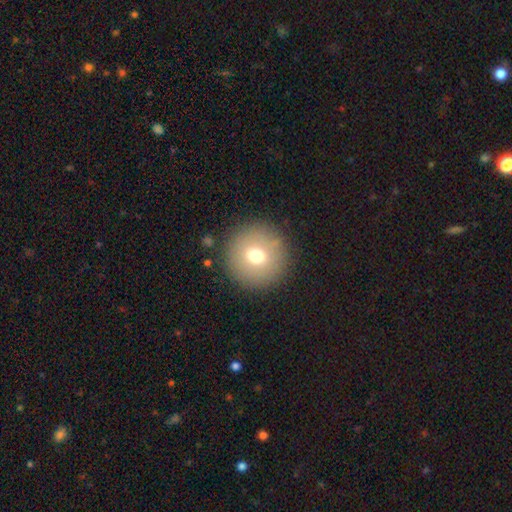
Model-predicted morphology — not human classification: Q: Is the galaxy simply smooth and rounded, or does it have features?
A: smooth — 70%.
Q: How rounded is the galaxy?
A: round — 95%.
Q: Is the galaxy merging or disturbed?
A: none — 89%.